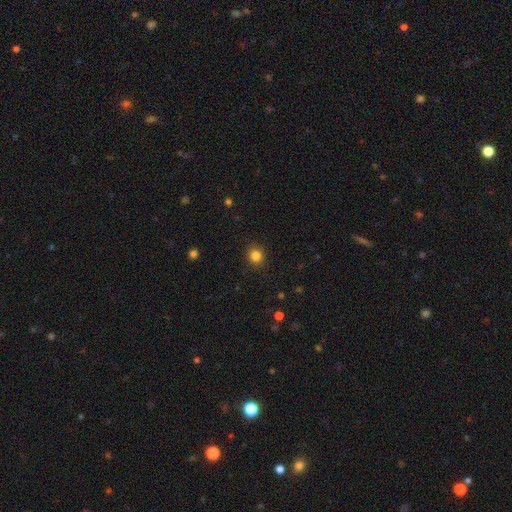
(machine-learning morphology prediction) smooth_or_featured: smooth (p=0.83) [alt: star or artifact p=0.12]
how_rounded: round (p=0.90) [alt: in between p=0.10]
merging: none (p=0.91) [alt: minor disturbance p=0.06]